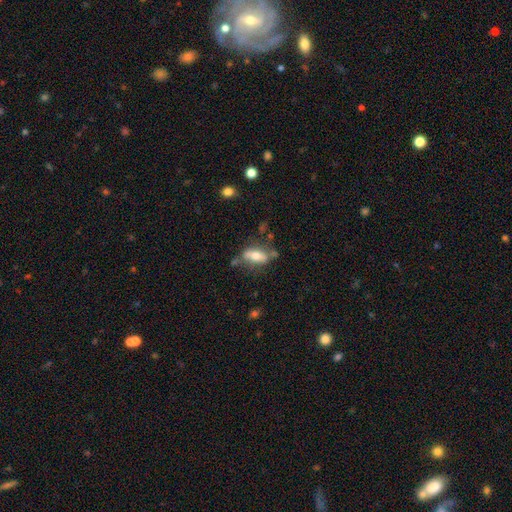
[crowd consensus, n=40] Morphology: type=smooth (57%); roundness=in between (74%); merging=none (43%).